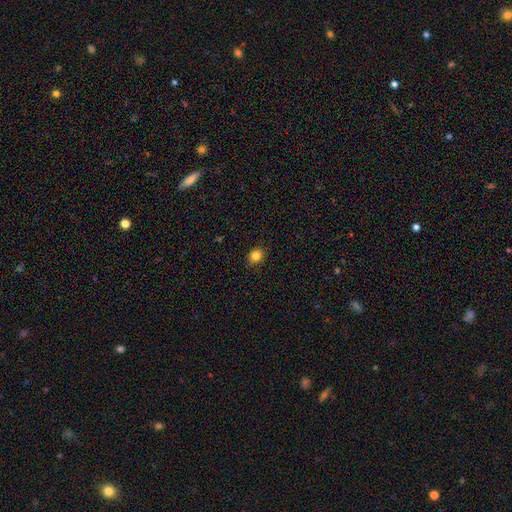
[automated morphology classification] Smooth or featured?
  - smooth: 83% *
  - star or artifact: 12%
  - featured or disk: 5%
How rounded?
  - round: 68% *
  - in between: 31%
  - cigar-shaped: 1%
Merging?
  - none: 89% *
  - minor disturbance: 8%
  - major disturbance: 2%
  - merger: 1%